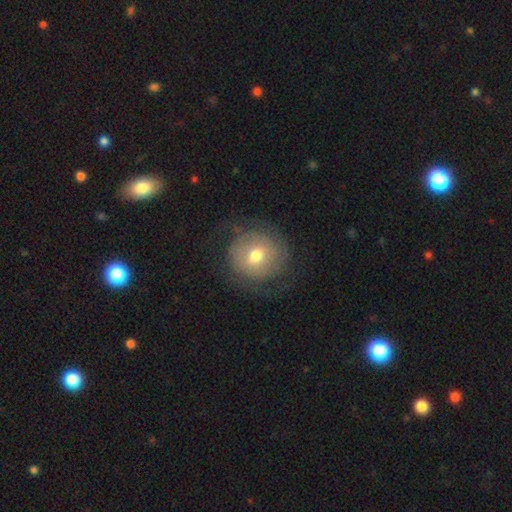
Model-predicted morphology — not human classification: smooth-or-featured: smooth: 47% | featured or disk: 44% | star or artifact: 9%
  merging: none: 69% | minor disturbance: 16% | major disturbance: 14% | merger: 1%